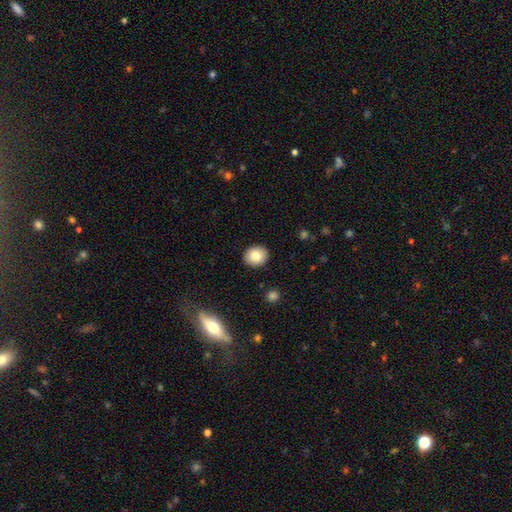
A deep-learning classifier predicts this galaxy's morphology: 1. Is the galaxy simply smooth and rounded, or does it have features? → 83% smooth, 9% featured or disk, 8% star or artifact.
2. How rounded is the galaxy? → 68% round, 31% in between, 1% cigar-shaped.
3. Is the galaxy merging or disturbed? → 91% none, 6% minor disturbance, 2% major disturbance, 1% merger.